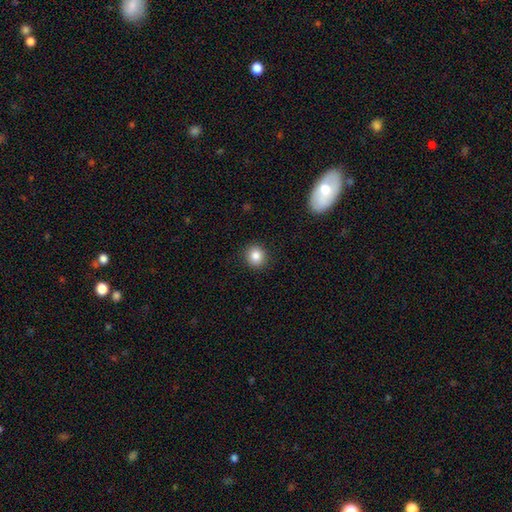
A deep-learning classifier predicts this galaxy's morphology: Q: Smooth or featured?
A: smooth (85%); runner-up: star or artifact (10%)
Q: How rounded?
A: round (88%); runner-up: in between (11%)
Q: Merging?
A: none (91%); runner-up: minor disturbance (6%)